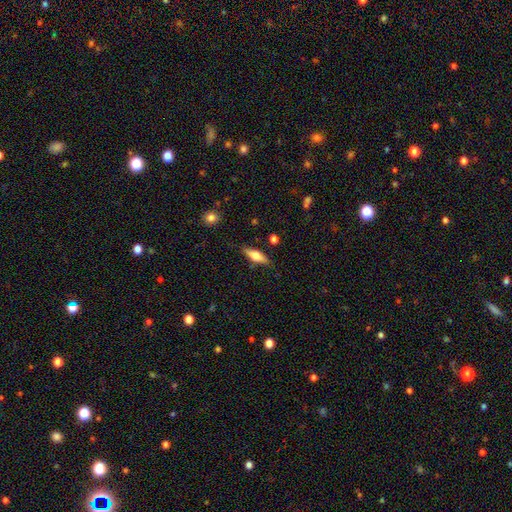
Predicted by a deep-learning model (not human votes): Smooth or featured?
  - smooth: 50% *
  - featured or disk: 43%
  - star or artifact: 7%
How rounded?
  - in between: 51% *
  - cigar-shaped: 46%
  - round: 3%
Merging?
  - none: 84% *
  - minor disturbance: 12%
  - major disturbance: 3%
  - merger: 2%